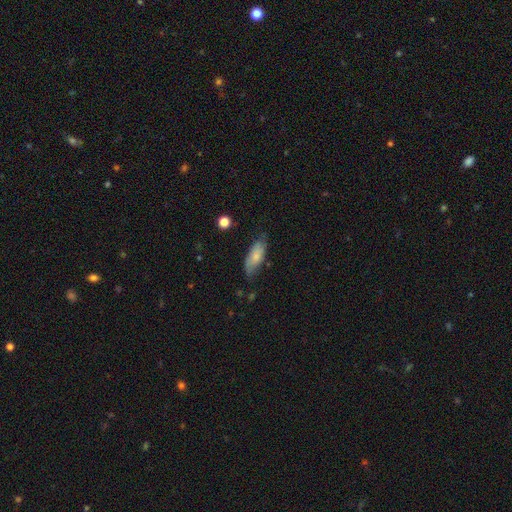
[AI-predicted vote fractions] This appears to be a smooth galaxy with no disk features (70%) that is in between round and cigar-shaped (75%). Merging: none (62%).